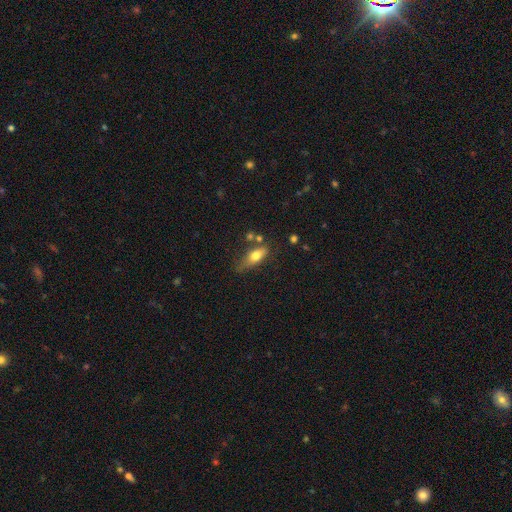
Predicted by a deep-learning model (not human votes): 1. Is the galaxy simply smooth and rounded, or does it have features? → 66% smooth, 26% featured or disk, 8% star or artifact.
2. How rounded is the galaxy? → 69% in between, 27% cigar-shaped, 4% round.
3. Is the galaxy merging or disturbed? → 54% none, 27% minor disturbance, 10% merger, 9% major disturbance.